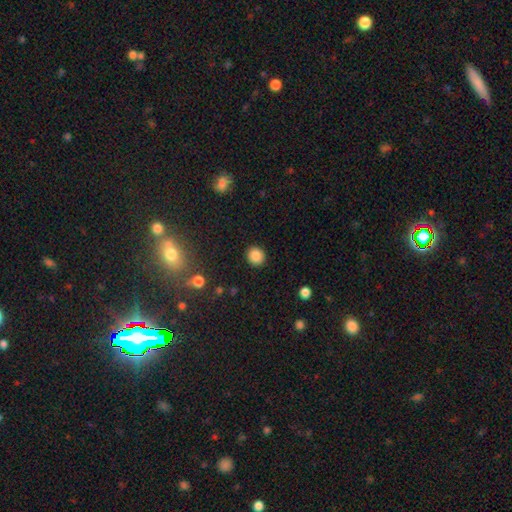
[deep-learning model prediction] This is clearly a smooth galaxy (86%). How rounded: clearly round (85%). Merging: clearly none (90%).